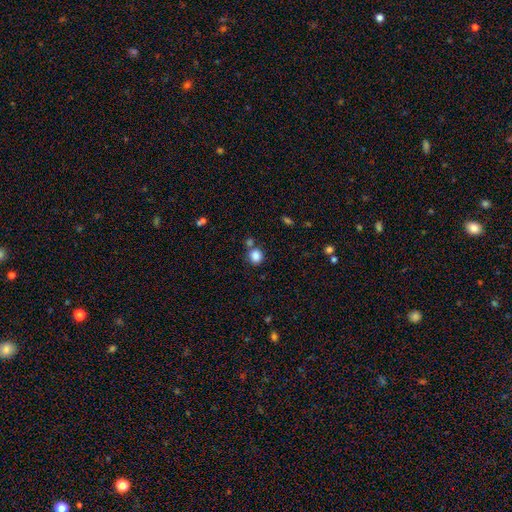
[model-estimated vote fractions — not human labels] smooth 85%, star or artifact 10%, featured or disk 5%. Down the decision tree: how rounded — round (82%); merging — none (70%).